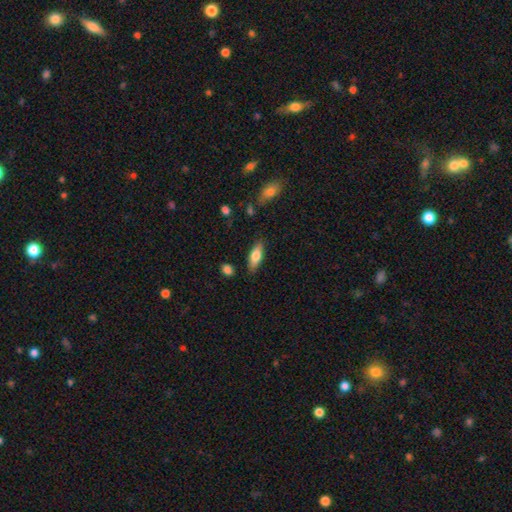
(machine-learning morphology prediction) Smooth or featured?
  - smooth: 71% *
  - featured or disk: 23%
  - star or artifact: 6%
How rounded?
  - in between: 64% *
  - cigar-shaped: 34%
  - round: 2%
Merging?
  - none: 84% *
  - minor disturbance: 12%
  - major disturbance: 3%
  - merger: 2%